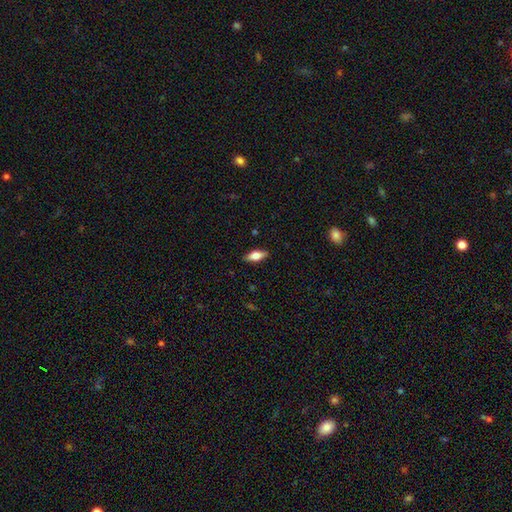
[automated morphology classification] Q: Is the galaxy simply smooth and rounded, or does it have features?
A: smooth — 63%.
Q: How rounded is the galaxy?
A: in between — 75%.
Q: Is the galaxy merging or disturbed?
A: none — 88%.